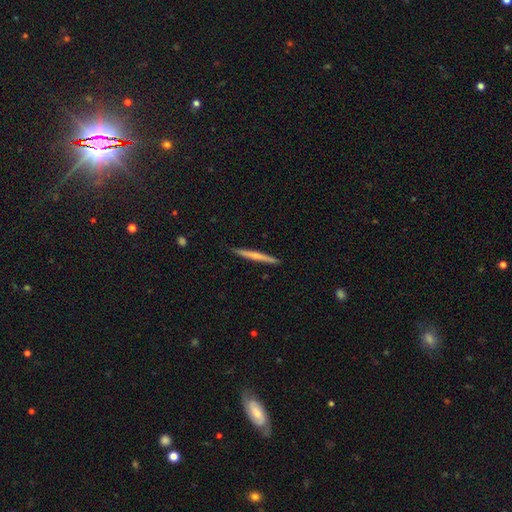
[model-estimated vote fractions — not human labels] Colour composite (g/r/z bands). It shows a smooth galaxy with no disk features (48%). Merging: none (91%).